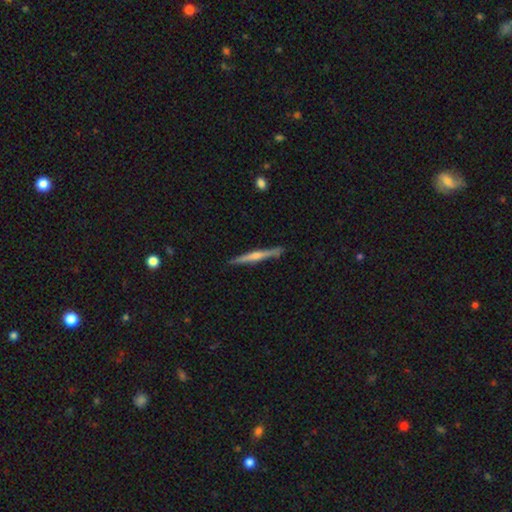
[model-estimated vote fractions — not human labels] Q: Smooth or featured?
A: featured or disk (72%); runner-up: smooth (22%)
Q: Edge-on disk?
A: yes (98%); runner-up: no (2%)
Q: Edge-on bulge?
A: rounded (80%); runner-up: none (14%)
Q: Merging?
A: none (90%); runner-up: minor disturbance (7%)